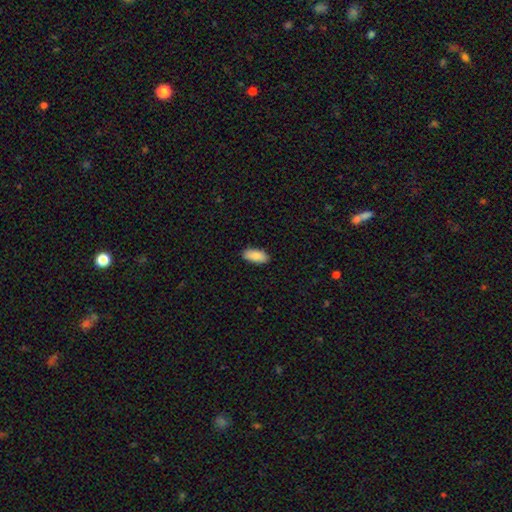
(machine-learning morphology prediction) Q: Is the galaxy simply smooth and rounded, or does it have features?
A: smooth — 84%.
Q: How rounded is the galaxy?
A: in between — 89%.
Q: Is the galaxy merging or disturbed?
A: none — 89%.